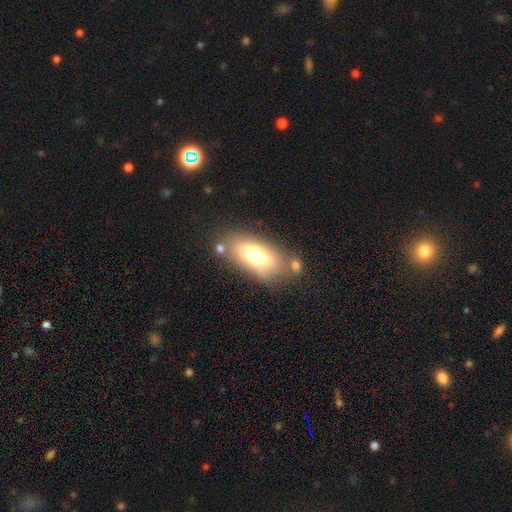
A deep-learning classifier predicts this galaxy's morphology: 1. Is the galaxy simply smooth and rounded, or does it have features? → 64% smooth, 25% featured or disk, 11% star or artifact.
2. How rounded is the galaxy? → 79% in between, 16% cigar-shaped, 5% round.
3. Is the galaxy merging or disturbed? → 68% none, 14% minor disturbance, 11% merger, 7% major disturbance.